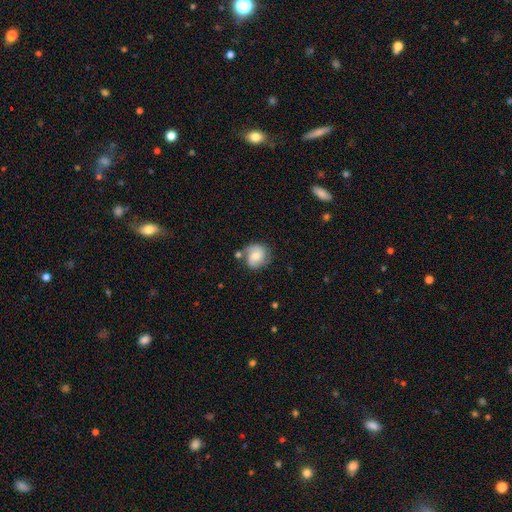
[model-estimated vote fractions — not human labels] Morphology: type=featured or disk (47%); merging=none (63%).